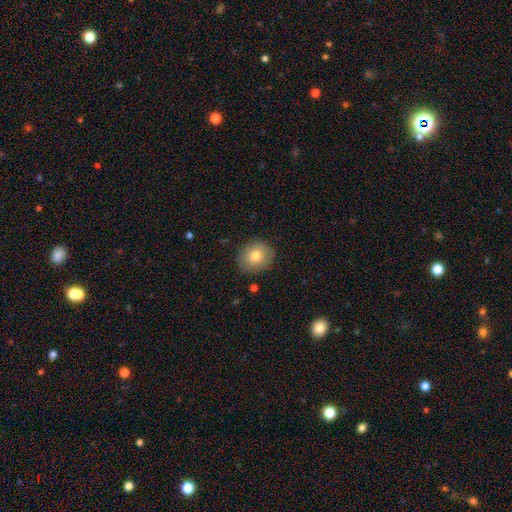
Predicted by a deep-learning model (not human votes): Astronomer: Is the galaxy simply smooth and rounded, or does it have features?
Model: smooth — 77%.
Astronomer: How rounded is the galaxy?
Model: round — 69%.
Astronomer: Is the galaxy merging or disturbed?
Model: none — 86%.